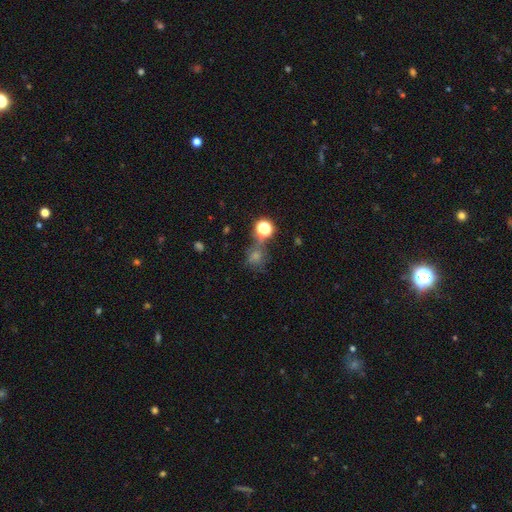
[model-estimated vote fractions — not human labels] A smooth galaxy with no disk features (46%).

Vote fractions:
- Smooth or featured? smooth: 46% / star or artifact: 42% / featured or disk: 12%
- Merging? none: 65% / merger: 16% / minor disturbance: 12% / major disturbance: 7%